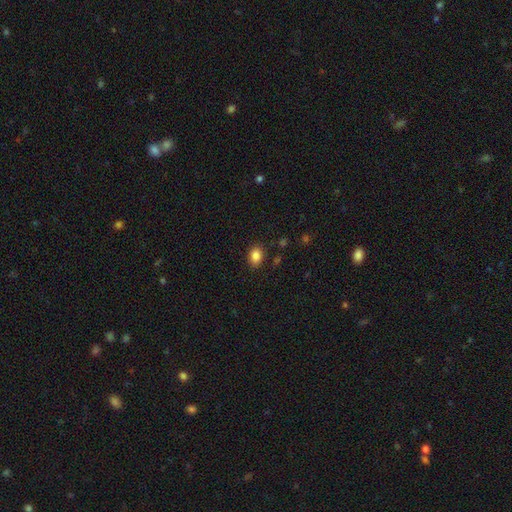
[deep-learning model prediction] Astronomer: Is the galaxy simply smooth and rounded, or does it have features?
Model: smooth — 86%.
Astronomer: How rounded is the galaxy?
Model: in between — 70%.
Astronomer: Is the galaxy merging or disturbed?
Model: none — 86%.